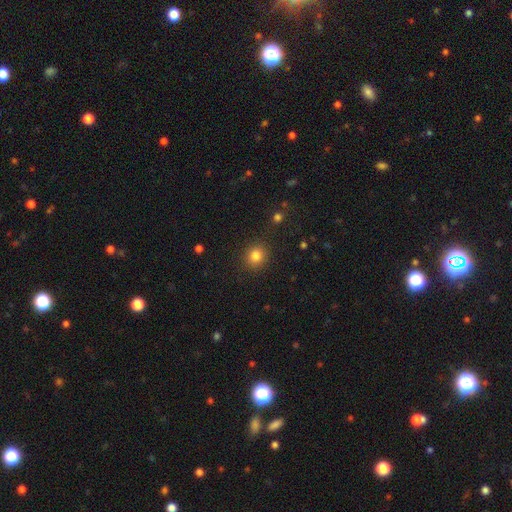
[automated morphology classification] A smooth galaxy with no disk features (82%) that is round (85%). Merging: none (89%).